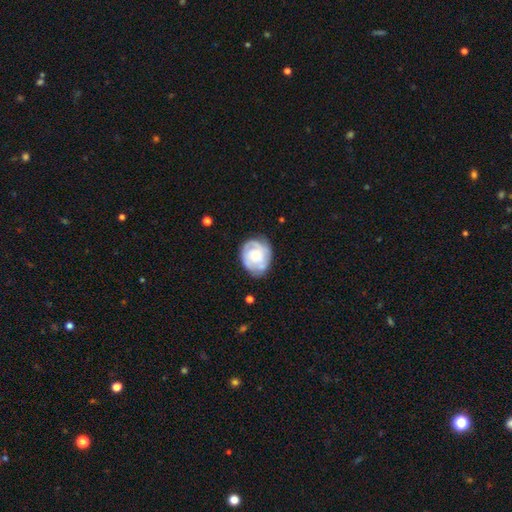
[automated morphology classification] Smooth or featured: featured or disk — 61% (smooth — 32%)
Edge-on disk: no — 98% (yes — 2%)
Bar: no — 80% (weak — 17%)
Spiral arms: yes — 77% (no — 23%)
Bulge size: small — 45% (moderate — 41%)
Merging: none — 67% (minor disturbance — 23%)